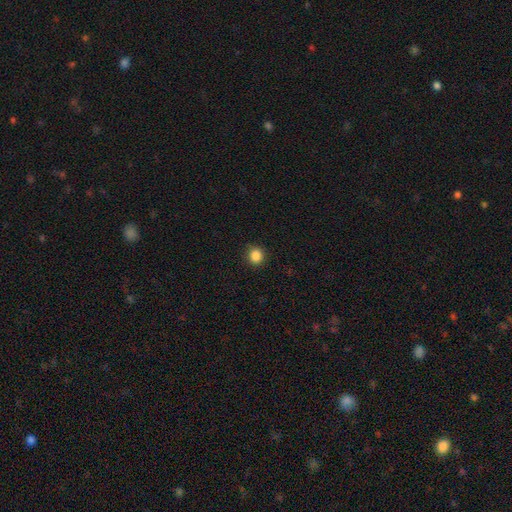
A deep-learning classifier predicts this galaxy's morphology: A smooth galaxy with no disk features (86%) that is round (85%).

Vote fractions:
- Smooth or featured? smooth: 86% / star or artifact: 11% / featured or disk: 3%
- How rounded? round: 85% / in between: 14% / cigar-shaped: 1%
- Merging? none: 88% / minor disturbance: 9% / major disturbance: 2% / merger: 1%